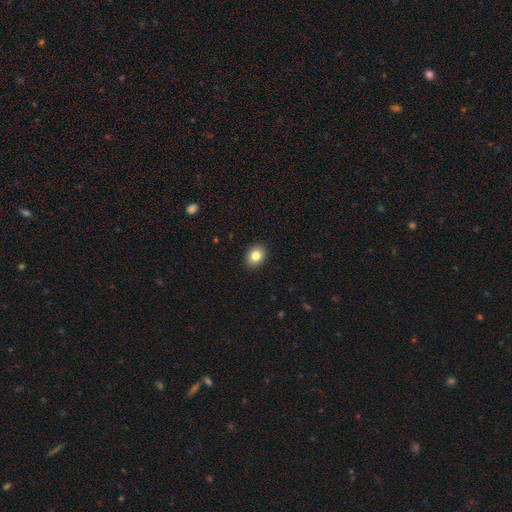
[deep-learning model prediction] Smooth or featured: smooth — 83% (star or artifact — 9%)
How rounded: in between — 57% (round — 42%)
Merging: none — 91% (minor disturbance — 7%)